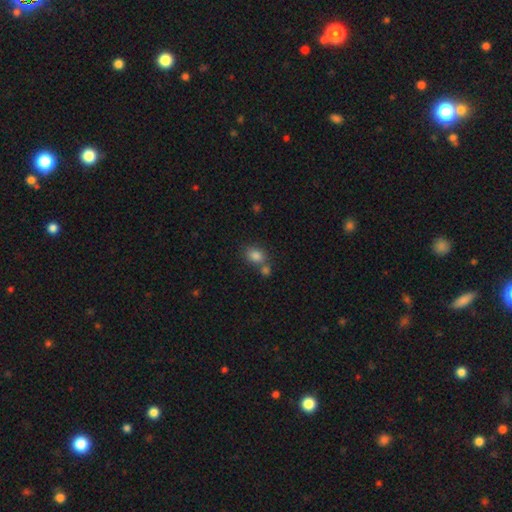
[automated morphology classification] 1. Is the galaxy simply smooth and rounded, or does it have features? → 83% smooth, 11% star or artifact, 6% featured or disk.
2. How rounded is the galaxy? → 59% in between, 39% round, 1% cigar-shaped.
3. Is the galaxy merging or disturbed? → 53% none, 31% merger, 12% minor disturbance, 4% major disturbance.